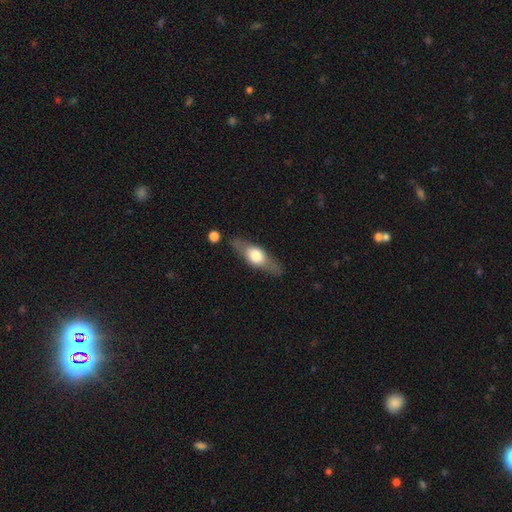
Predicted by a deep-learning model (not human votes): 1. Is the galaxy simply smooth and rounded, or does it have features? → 53% featured or disk, 41% smooth, 6% star or artifact.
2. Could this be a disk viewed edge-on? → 86% yes, 14% no.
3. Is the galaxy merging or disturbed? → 79% none, 12% minor disturbance, 5% major disturbance, 4% merger.